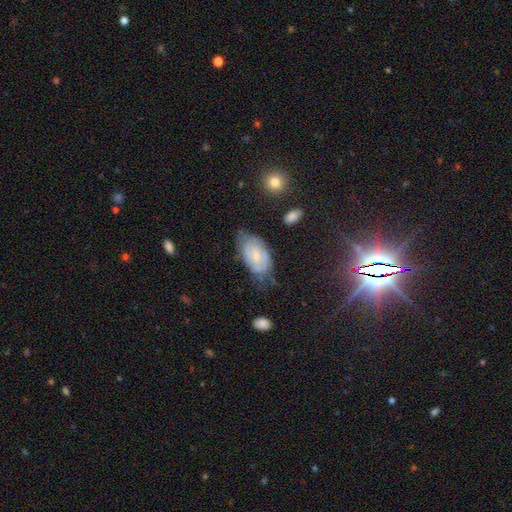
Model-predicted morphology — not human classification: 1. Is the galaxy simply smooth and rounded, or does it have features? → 53% featured or disk, 32% smooth, 14% star or artifact.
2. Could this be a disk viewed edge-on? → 92% no, 8% yes.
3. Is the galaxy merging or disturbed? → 59% none, 29% minor disturbance, 10% major disturbance, 2% merger.